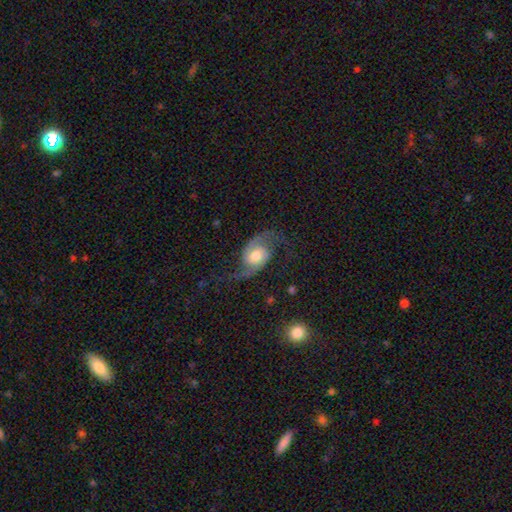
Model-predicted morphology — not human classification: Q: Smooth or featured?
A: featured or disk (87%); runner-up: smooth (8%)
Q: Edge-on disk?
A: no (97%); runner-up: yes (3%)
Q: Bar?
A: no (60%); runner-up: weak (32%)
Q: Spiral arms?
A: yes (97%); runner-up: no (3%)
Q: Spiral winding?
A: loose (61%); runner-up: medium (31%)
Q: Spiral arm count?
A: 2 (94%); runner-up: can't tell (2%)
Q: Bulge size?
A: moderate (64%); runner-up: large (17%)
Q: Merging?
A: none (71%); runner-up: minor disturbance (16%)